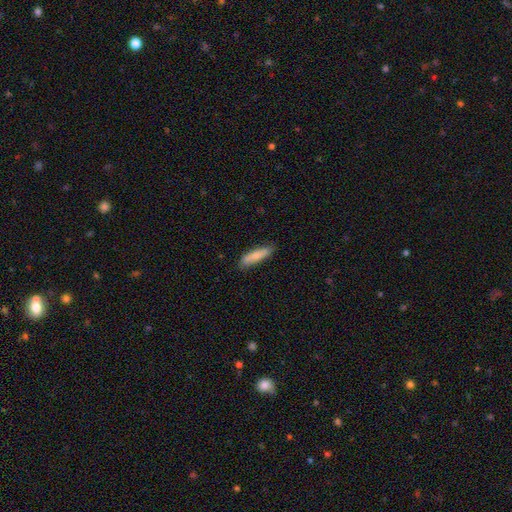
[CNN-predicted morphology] A smooth galaxy with no disk features (81%) that is cigar-shaped (75%). Merging: none (83%).